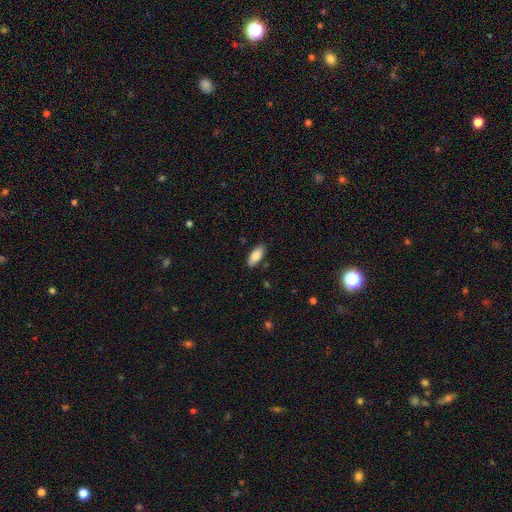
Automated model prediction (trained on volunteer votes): smooth 83%, featured or disk 10%, star or artifact 6%. Down the decision tree: how rounded — in between (86%); merging — none (87%).